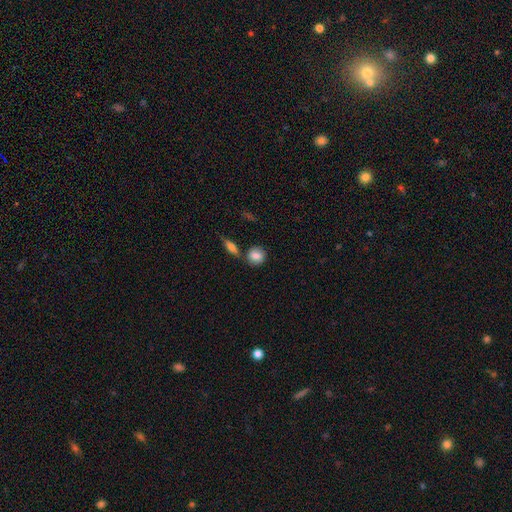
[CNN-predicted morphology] A smooth galaxy with no disk features (82%) that is round (74%). Merging: none (70%).